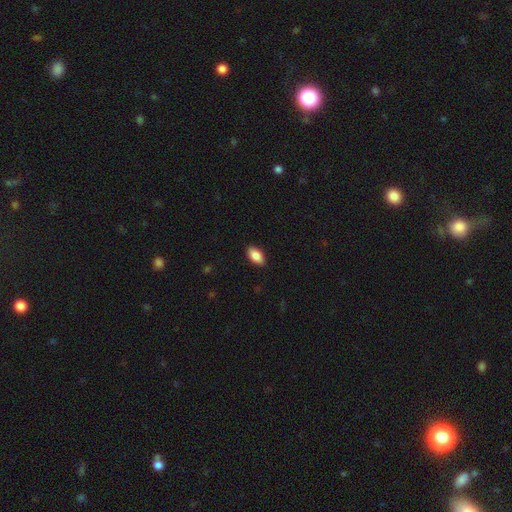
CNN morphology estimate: Overall: smooth (86%). How rounded: in between (93%). Merging: none (88%).